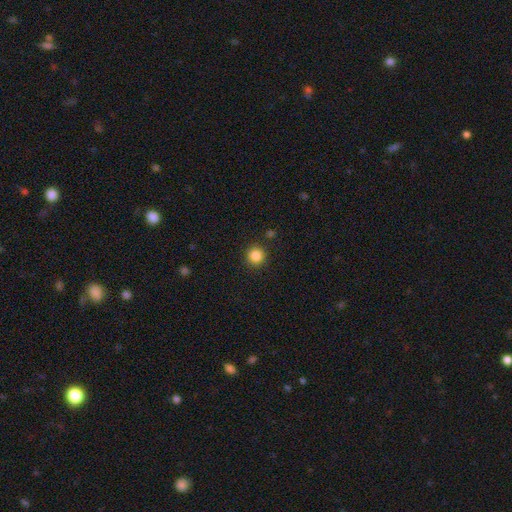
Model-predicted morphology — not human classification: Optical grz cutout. It shows a smooth galaxy with no disk features (85%) that is round (94%). Merging: none (90%).